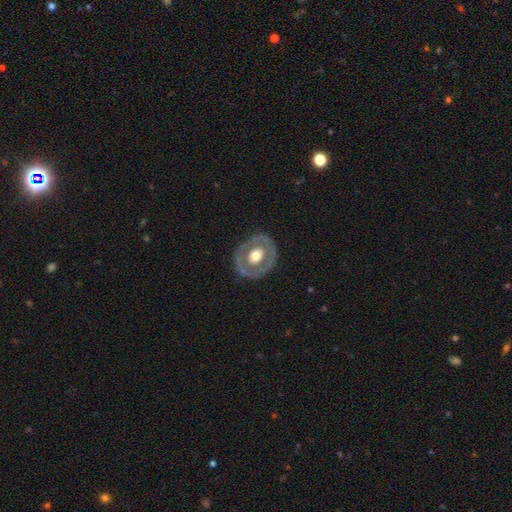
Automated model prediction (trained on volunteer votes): Smooth or featured? featured or disk (60%)
Edge-on disk? no (94%)
Bar? no (83%)
Spiral arms? no (87%)
Bulge size? moderate (53%)
Merging? none (80%)